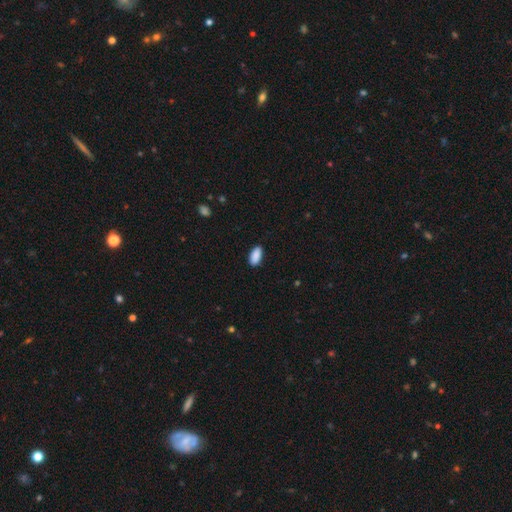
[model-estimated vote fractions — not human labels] Smooth or featured? Predicted: smooth (p=0.91). How rounded? Predicted: in between (p=0.93). Merging? Predicted: none (p=0.88).